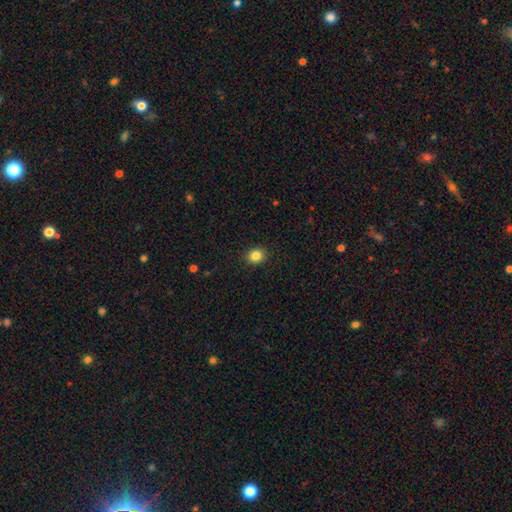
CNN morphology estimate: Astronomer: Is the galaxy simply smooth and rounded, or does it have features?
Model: smooth — 84%.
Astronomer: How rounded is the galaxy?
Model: round — 65%.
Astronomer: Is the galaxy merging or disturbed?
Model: none — 91%.